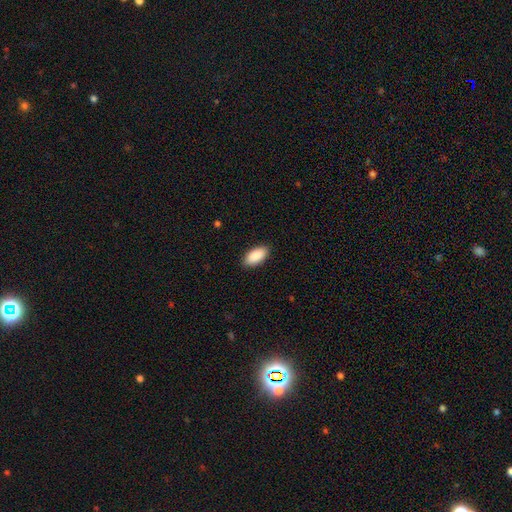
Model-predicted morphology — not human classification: Overall: smooth (91%). How rounded: in between (94%). Merging: none (88%).